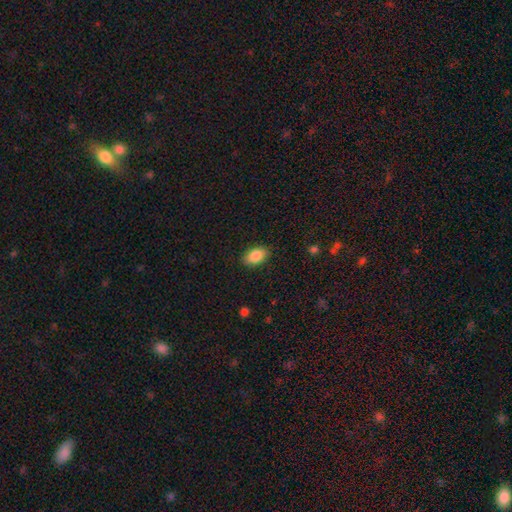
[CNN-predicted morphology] A smooth galaxy with no disk features (87%) that is in between round and cigar-shaped (92%). Merging: none (87%).